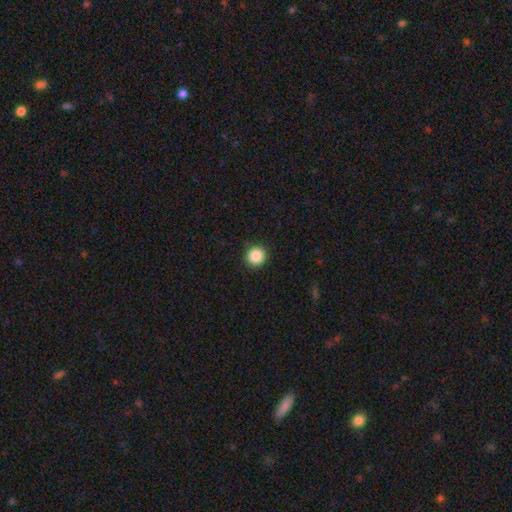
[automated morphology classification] smooth_or_featured: smooth (p=0.87) [alt: star or artifact p=0.10]
how_rounded: round (p=0.95) [alt: in between p=0.05]
merging: none (p=0.91) [alt: minor disturbance p=0.06]